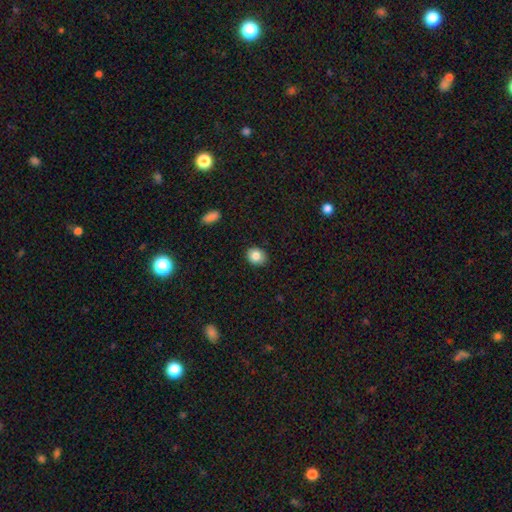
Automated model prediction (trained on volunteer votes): Smooth or featured? smooth (84%)
How rounded? round (59%)
Merging? none (89%)